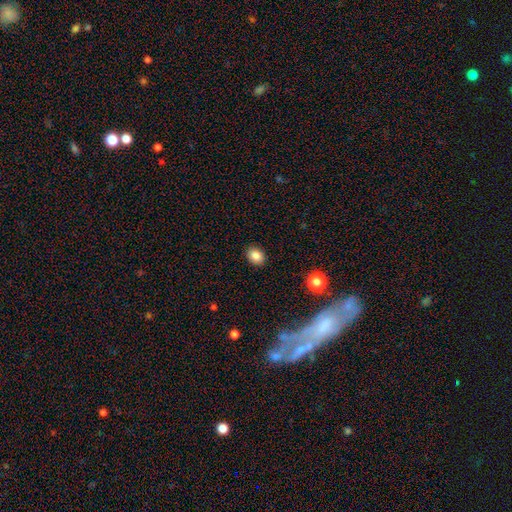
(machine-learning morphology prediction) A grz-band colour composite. It shows a smooth galaxy with no disk features (85%) that is in between round and cigar-shaped (52%). Merging: none (90%).